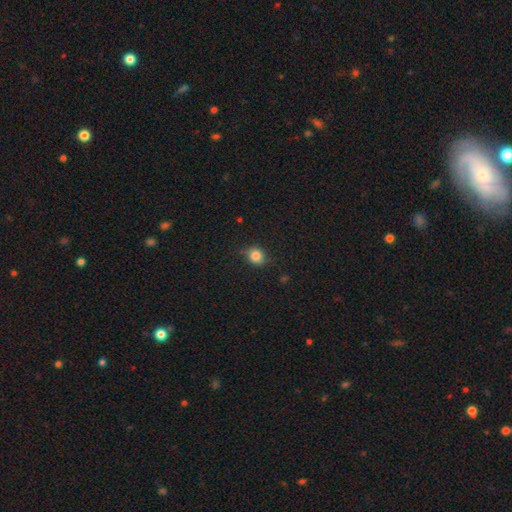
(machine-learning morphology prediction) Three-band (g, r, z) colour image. It shows a smooth galaxy with no disk features (83%) that is round (73%). Merging: none (79%).